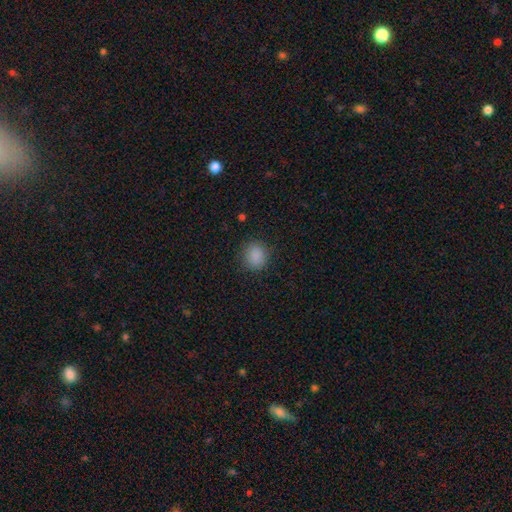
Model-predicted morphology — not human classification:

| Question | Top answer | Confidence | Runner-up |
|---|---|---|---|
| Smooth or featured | smooth | 87% | star or artifact (10%) |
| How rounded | round | 78% | in between (21%) |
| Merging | none | 87% | minor disturbance (9%) |